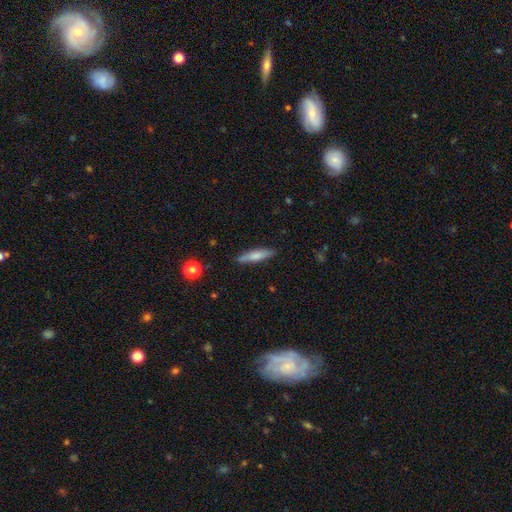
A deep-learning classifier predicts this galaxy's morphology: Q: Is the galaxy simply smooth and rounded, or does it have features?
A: smooth — 69%.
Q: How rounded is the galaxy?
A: cigar-shaped — 85%.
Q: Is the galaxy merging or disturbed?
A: none — 87%.